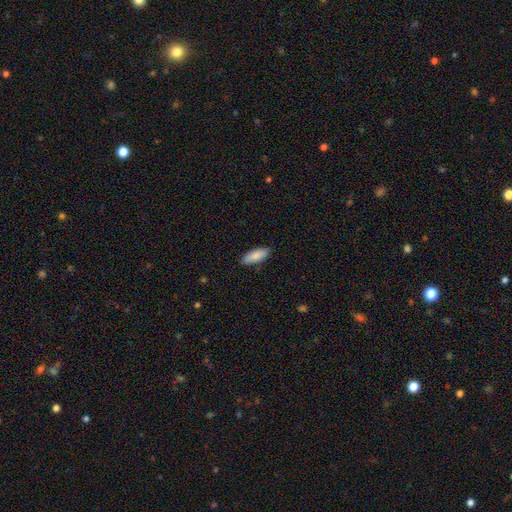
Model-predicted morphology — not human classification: Smooth or featured: smooth — 86% (featured or disk — 9%)
How rounded: in between — 71% (cigar-shaped — 27%)
Merging: none — 87% (minor disturbance — 10%)